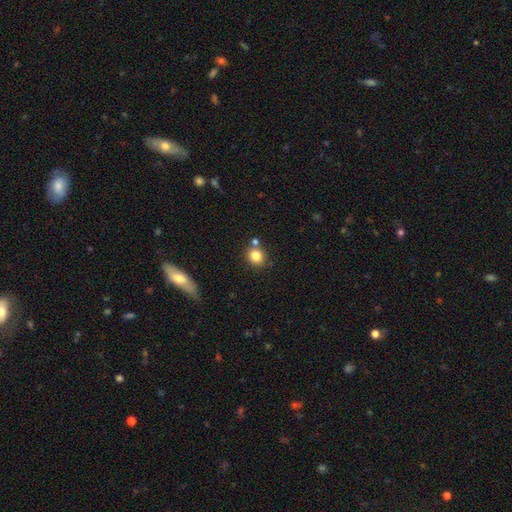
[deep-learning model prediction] smooth 82%, star or artifact 11%, featured or disk 7%. Down the decision tree: how rounded — round (76%); merging — none (72%).